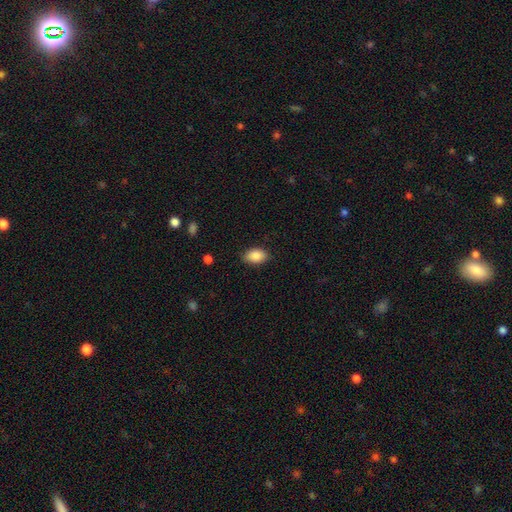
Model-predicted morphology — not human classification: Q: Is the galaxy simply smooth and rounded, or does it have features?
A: smooth — 88%.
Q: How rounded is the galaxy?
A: in between — 89%.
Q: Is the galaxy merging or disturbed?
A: none — 85%.